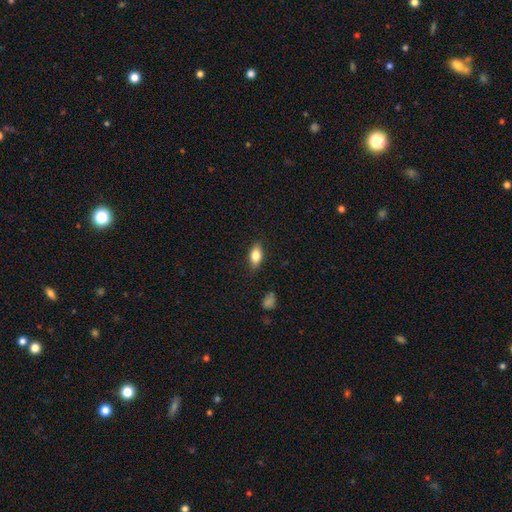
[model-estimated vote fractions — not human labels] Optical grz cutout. It shows a smooth galaxy with no disk features (79%) that is in between round and cigar-shaped (86%). Merging: none (85%).